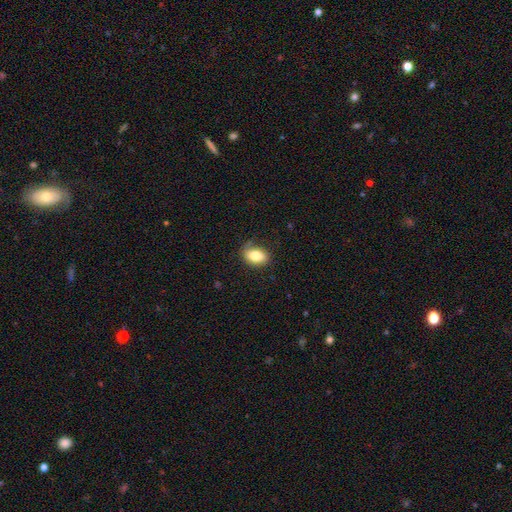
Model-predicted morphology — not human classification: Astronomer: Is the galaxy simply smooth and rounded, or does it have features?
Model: smooth — 82%.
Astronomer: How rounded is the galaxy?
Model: in between — 85%.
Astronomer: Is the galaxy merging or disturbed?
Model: none — 77%.